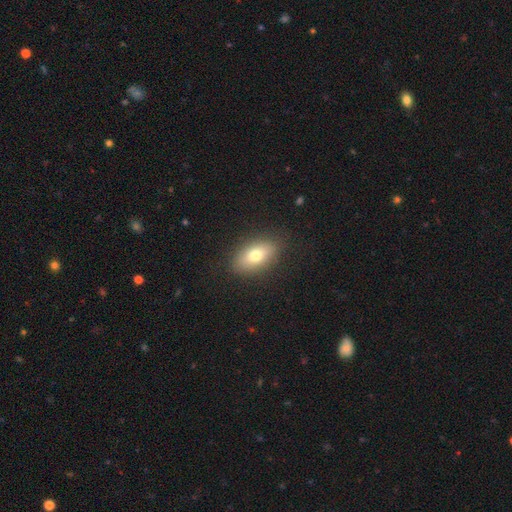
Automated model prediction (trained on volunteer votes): A smooth galaxy with no disk features (73%) that is in between round and cigar-shaped (85%).

Vote fractions:
- Smooth or featured? smooth: 73% / featured or disk: 18% / star or artifact: 9%
- How rounded? in between: 85% / round: 9% / cigar-shaped: 5%
- Merging? none: 86% / minor disturbance: 10% / major disturbance: 3% / merger: 1%